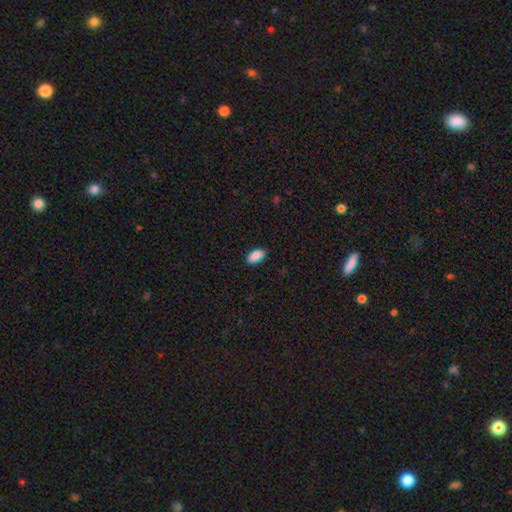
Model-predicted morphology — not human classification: smooth-or-featured: smooth: 90% | star or artifact: 7% | featured or disk: 3%
  how-rounded: in between: 94% | round: 3% | cigar-shaped: 2%
  merging: none: 89% | minor disturbance: 8% | major disturbance: 2% | merger: 1%